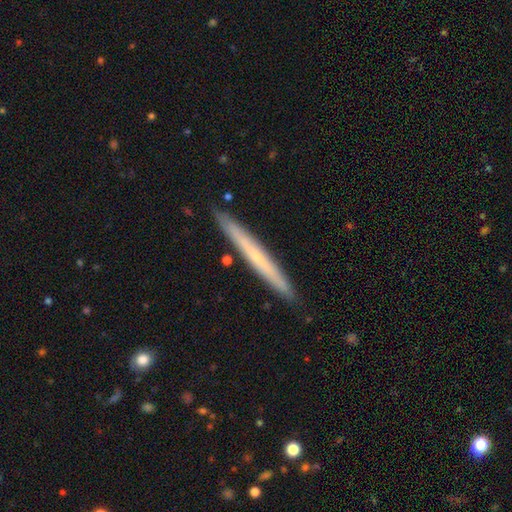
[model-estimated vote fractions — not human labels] The model was most divided on "smooth or featured": smooth: 49%, featured or disk: 45%, star or artifact: 6%. More confident: merging — none (90%).